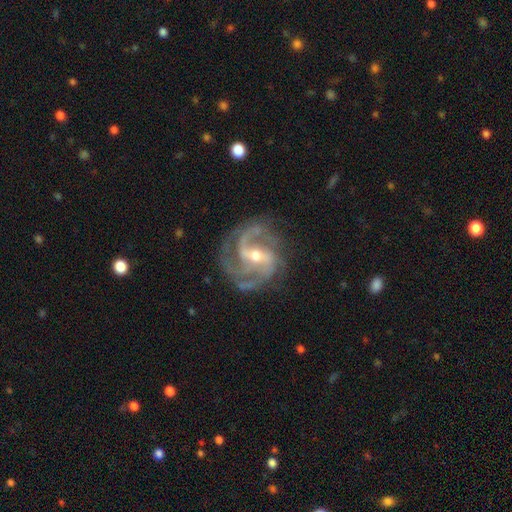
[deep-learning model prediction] Smooth or featured: featured or disk — 92% (star or artifact — 4%)
Edge-on disk: no — 98% (yes — 2%)
Bar: weak — 47% (strong — 34%)
Spiral arms: yes — 98% (no — 2%)
Spiral winding: medium — 56% (tight — 30%)
Spiral arm count: 3 — 41% (2 — 37%)
Bulge size: moderate — 53% (small — 44%)
Merging: none — 73% (minor disturbance — 16%)